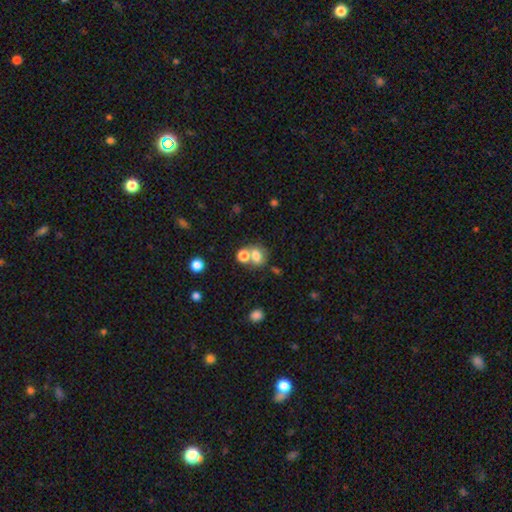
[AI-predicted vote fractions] The model was most divided on "how rounded": round: 51%, in between: 48%, cigar-shaped: 1%. Remaining: smooth or featured — smooth (74%); merging — none (45%).